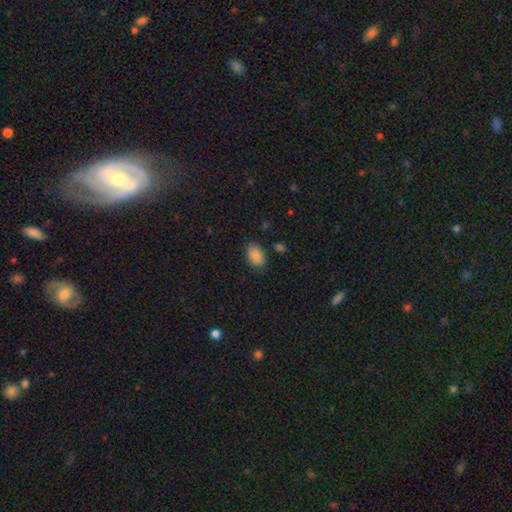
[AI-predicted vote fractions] Q: Smooth or featured?
A: smooth (88%); runner-up: star or artifact (8%)
Q: How rounded?
A: in between (88%); runner-up: round (11%)
Q: Merging?
A: none (79%); runner-up: minor disturbance (15%)